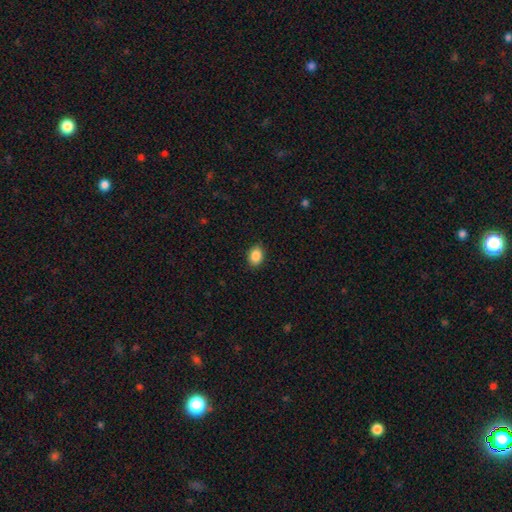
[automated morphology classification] A smooth galaxy with no disk features (88%) that is in between round and cigar-shaped (73%).

Vote fractions:
- Smooth or featured? smooth: 88% / star or artifact: 8% / featured or disk: 3%
- How rounded? in between: 73% / round: 26% / cigar-shaped: 1%
- Merging? none: 89% / minor disturbance: 8% / major disturbance: 2% / merger: 1%